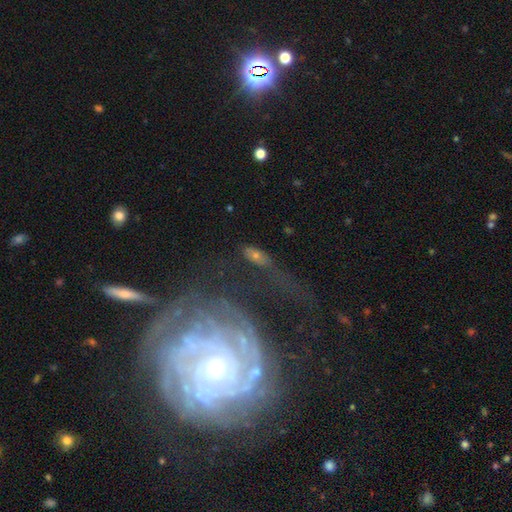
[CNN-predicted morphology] Q: Smooth or featured?
A: featured or disk (53%); runner-up: smooth (31%)
Q: Edge-on disk?
A: no (79%); runner-up: yes (21%)
Q: Merging?
A: none (52%); runner-up: minor disturbance (22%)